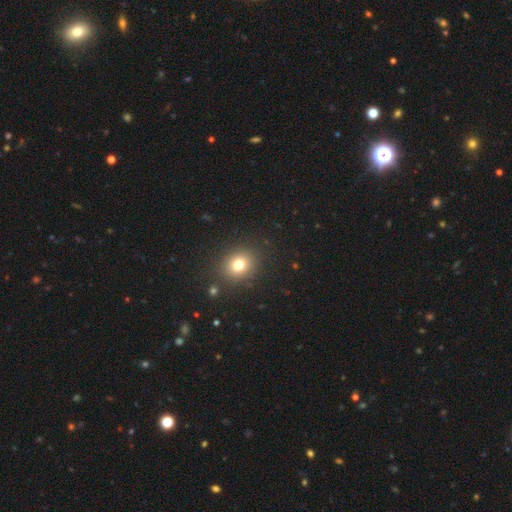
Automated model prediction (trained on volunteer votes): Smooth or featured? smooth (61%)
How rounded? round (81%)
Merging? none (91%)